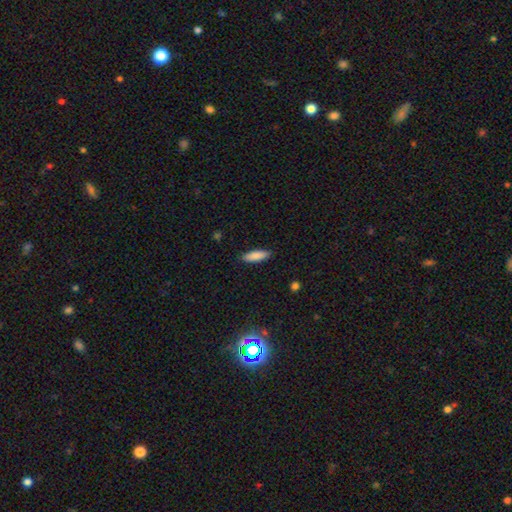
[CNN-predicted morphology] Smooth or featured? smooth (87%)
How rounded? in between (54%)
Merging? none (87%)